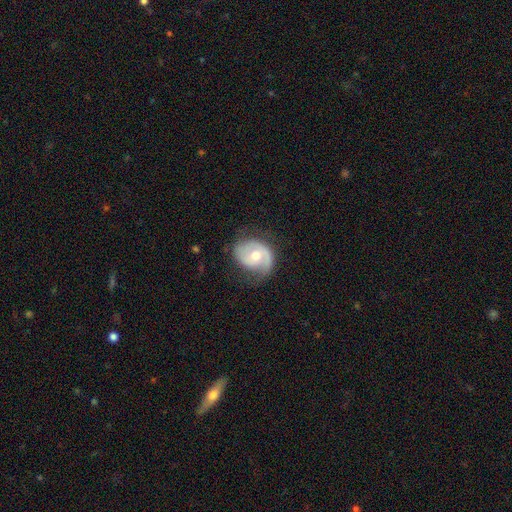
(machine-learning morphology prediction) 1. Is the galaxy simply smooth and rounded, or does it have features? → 69% featured or disk, 25% smooth, 6% star or artifact.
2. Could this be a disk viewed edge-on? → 97% no, 3% yes.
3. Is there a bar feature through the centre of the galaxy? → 62% no, 31% weak, 7% strong.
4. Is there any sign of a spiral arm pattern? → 87% yes, 13% no.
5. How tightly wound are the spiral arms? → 40% medium, 34% tight, 25% loose.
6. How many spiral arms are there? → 56% 2, 31% 1, 10% can't tell, 2% 3, 1% 4, 1% more than 4.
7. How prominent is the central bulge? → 70% moderate, 24% small, 4% large, 1% none, 1% dominant.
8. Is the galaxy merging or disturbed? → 57% none, 27% minor disturbance, 14% major disturbance, 1% merger.